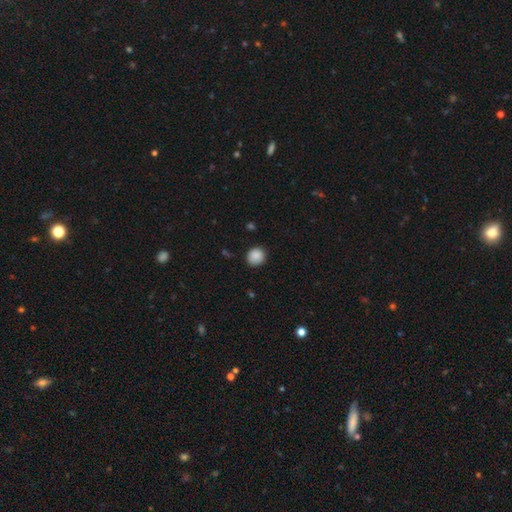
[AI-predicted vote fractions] smooth_or_featured: smooth (p=0.88) [alt: star or artifact p=0.08]
how_rounded: round (p=0.85) [alt: in between p=0.14]
merging: none (p=0.87) [alt: minor disturbance p=0.09]